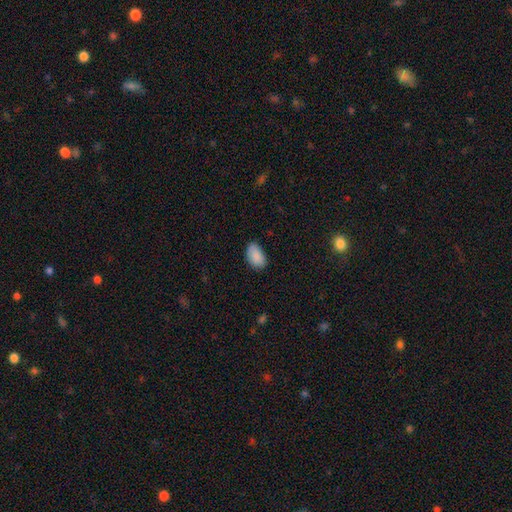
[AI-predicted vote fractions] smooth-or-featured: smooth: 89% | star or artifact: 7% | featured or disk: 4%
  how-rounded: in between: 92% | round: 6% | cigar-shaped: 2%
  merging: none: 74% | minor disturbance: 21% | major disturbance: 3% | merger: 1%